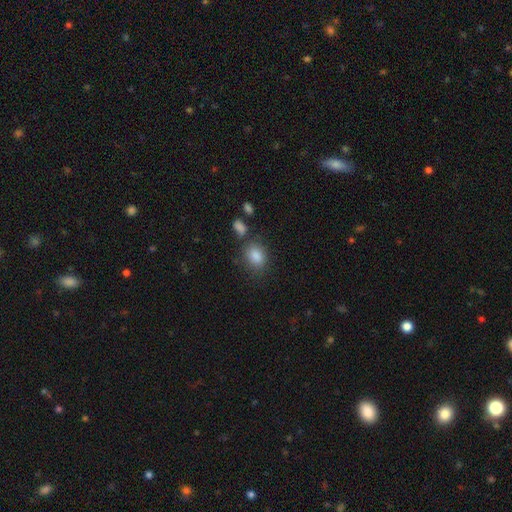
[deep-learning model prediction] This is clearly a smooth galaxy (84%). How rounded: possibly in between (55%). Merging: likely none (70%).